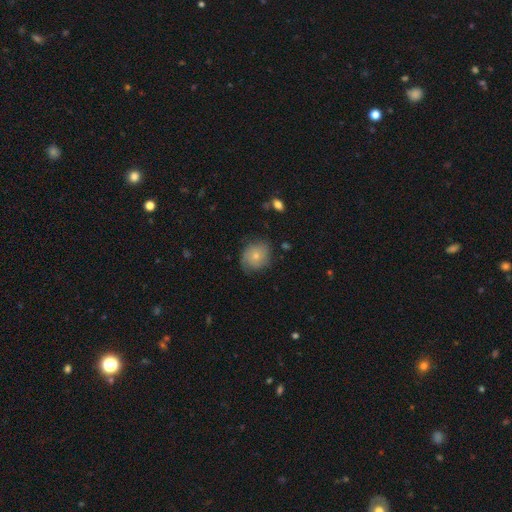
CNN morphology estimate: type=smooth (69%); roundness=round (72%); merging=none (68%).